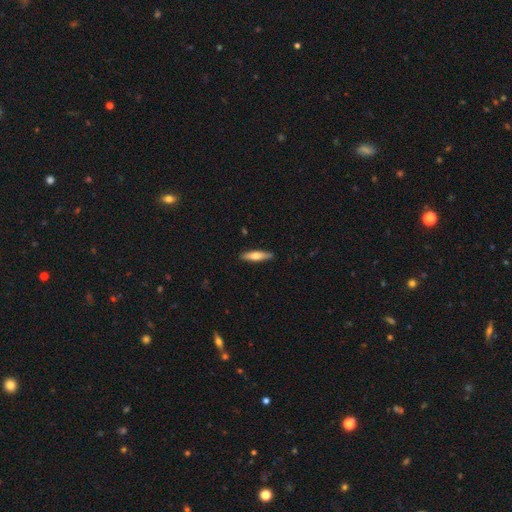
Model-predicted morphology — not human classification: Smooth or featured? smooth (62%)
How rounded? cigar-shaped (76%)
Merging? none (89%)